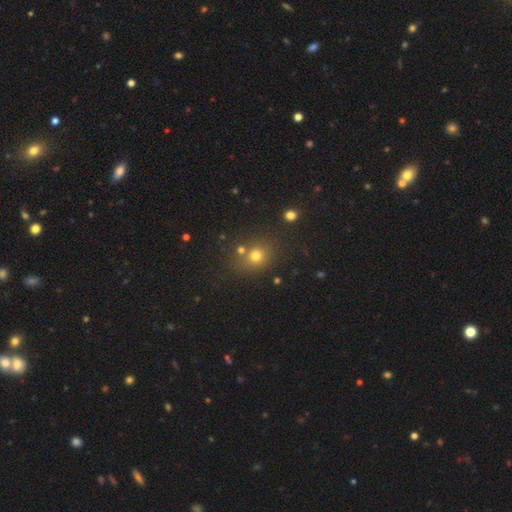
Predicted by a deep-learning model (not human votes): Smooth or featured? Predicted: smooth (p=0.70). How rounded? Predicted: round (p=0.74). Merging? Predicted: none (p=0.69).